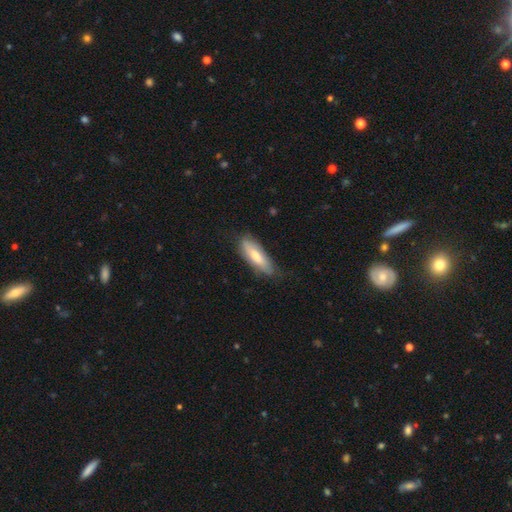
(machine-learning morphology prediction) Smooth or featured? smooth (70%)
How rounded? in between (57%)
Merging? none (71%)